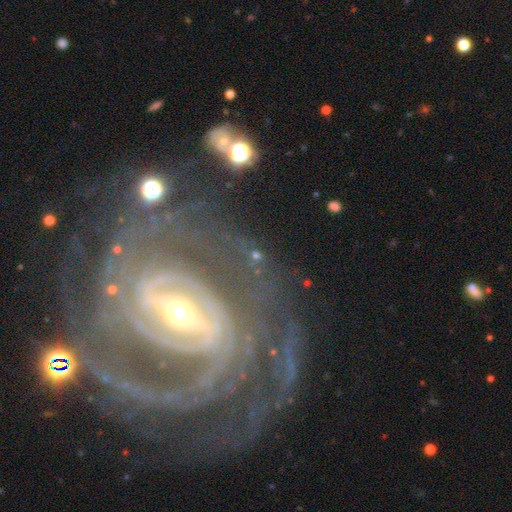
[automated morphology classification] Overall: featured or disk (88%). Edge-on disk: no (95%). Bar: strong (61%; weak 27%). Spiral arms: yes (95%). Spiral arm count: 2 (27%; can't tell 23%). Spiral winding: tight (65%; medium 28%). Bulge size: small (51%; moderate 43%). Merging: none (68%).